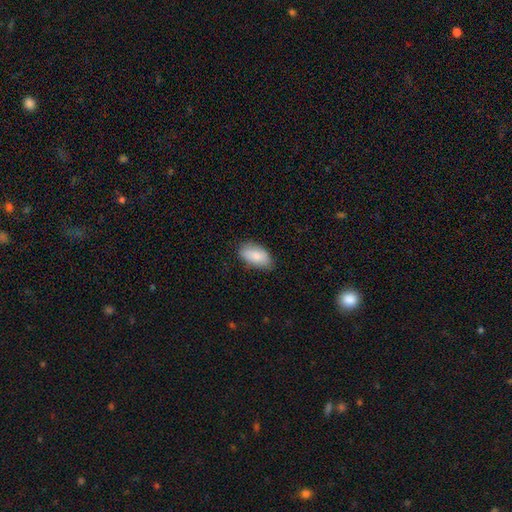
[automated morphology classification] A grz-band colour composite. It shows a smooth galaxy with no disk features (83%) that is in between round and cigar-shaped (93%). Merging: none (76%).